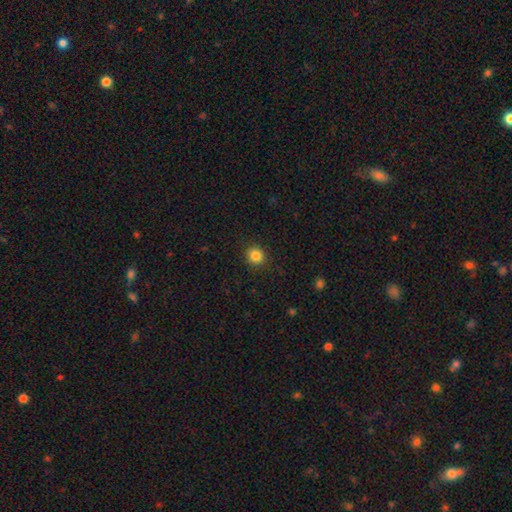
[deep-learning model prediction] Smooth or featured?
  - smooth: 84% *
  - star or artifact: 11%
  - featured or disk: 5%
How rounded?
  - round: 85% *
  - in between: 15%
  - cigar-shaped: 1%
Merging?
  - none: 91% *
  - minor disturbance: 6%
  - major disturbance: 2%
  - merger: 1%